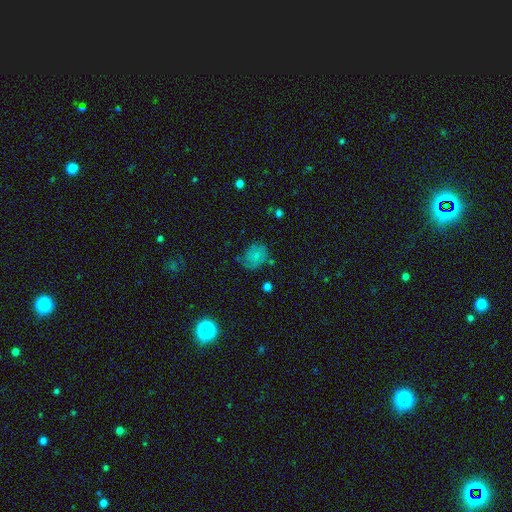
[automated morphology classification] Q: Smooth or featured?
A: smooth (63%); runner-up: featured or disk (25%)
Q: How rounded?
A: round (51%); runner-up: in between (48%)
Q: Merging?
A: none (54%); runner-up: minor disturbance (28%)